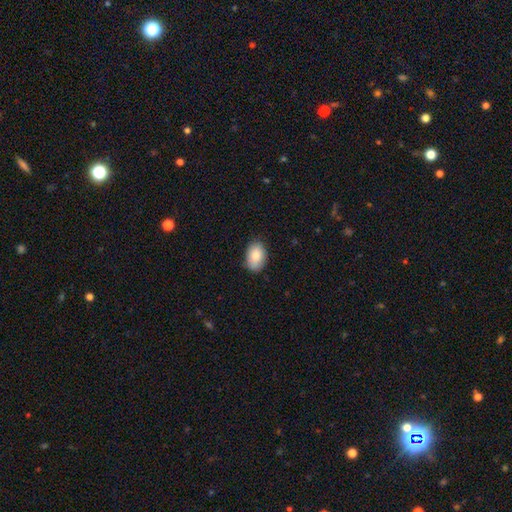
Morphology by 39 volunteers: This is clearly a smooth galaxy (92%). How rounded: clearly in between (94%). Merging: clearly none (84%).